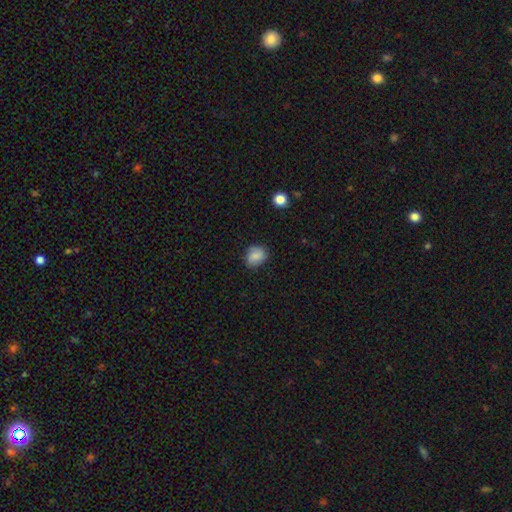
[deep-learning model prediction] A smooth galaxy with no disk features (80%) that is round (58%). Merging: none (74%).